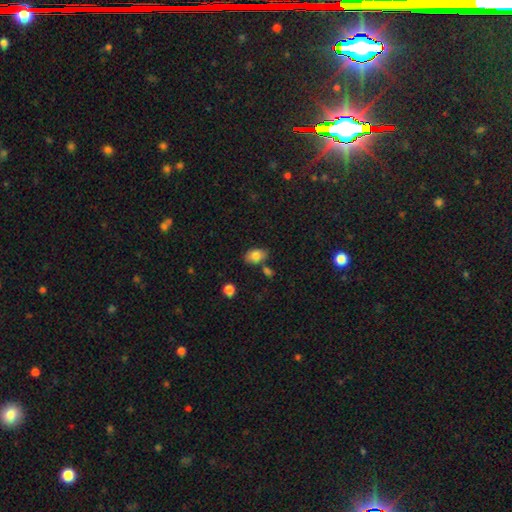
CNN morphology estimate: smooth 81%, featured or disk 10%, star or artifact 8%. Down the decision tree: how rounded — in between (86%); merging — none (71%).